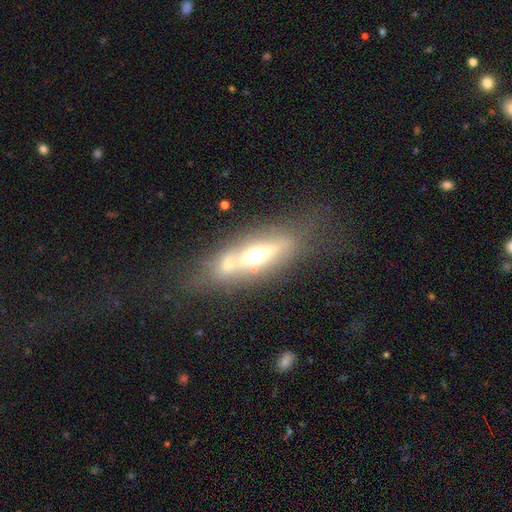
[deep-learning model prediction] Smooth or featured: featured or disk — 65% (smooth — 25%)
Edge-on disk: yes — 79% (no — 21%)
Edge-on bulge: rounded — 89% (boxy — 7%)
Merging: none — 55% (minor disturbance — 17%)